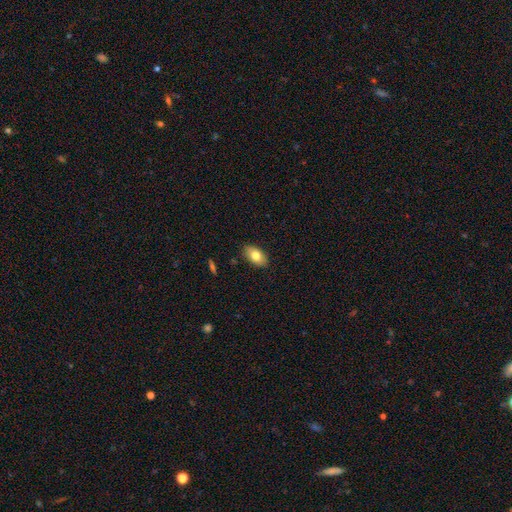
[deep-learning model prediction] smooth 77%, featured or disk 15%, star or artifact 7%. Down the decision tree: how rounded — in between (93%); merging — none (88%).